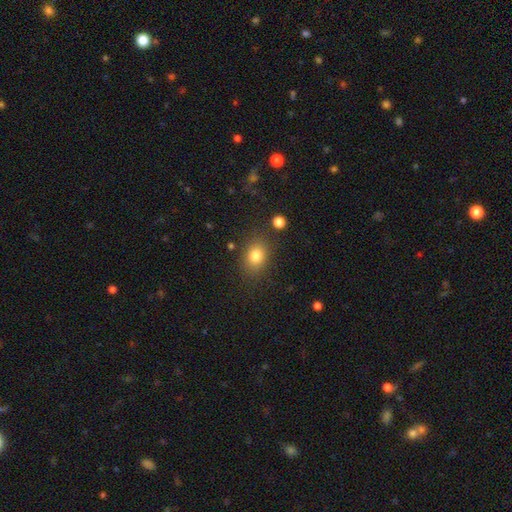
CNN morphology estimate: This is clearly a smooth galaxy (81%). How rounded: possibly in between (59%). Merging: clearly none (82%).